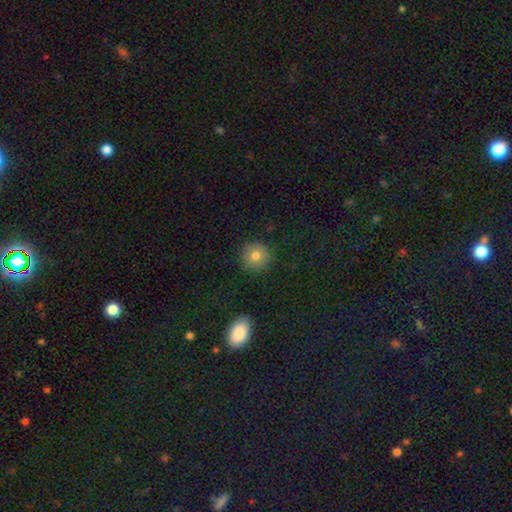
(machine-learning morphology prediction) Smooth or featured? smooth (78%)
How rounded? round (95%)
Merging? none (90%)